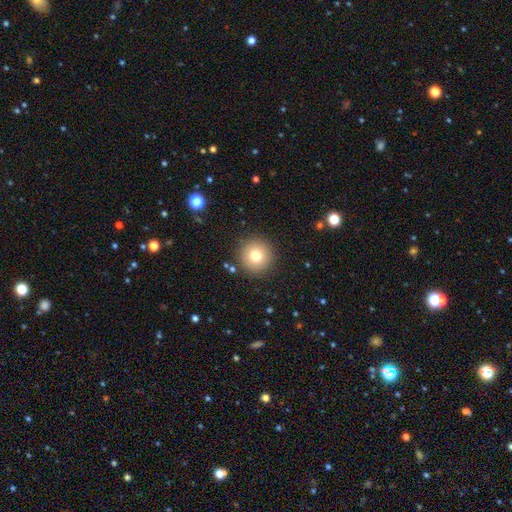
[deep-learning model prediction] Q: Smooth or featured?
A: smooth (76%); runner-up: featured or disk (12%)
Q: How rounded?
A: round (95%); runner-up: in between (4%)
Q: Merging?
A: none (89%); runner-up: minor disturbance (7%)